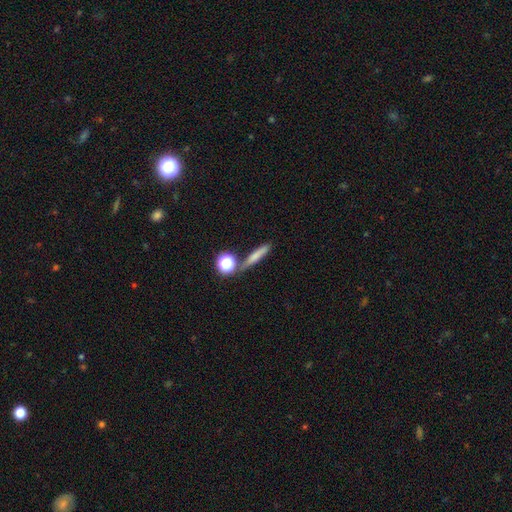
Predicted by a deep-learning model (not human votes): Q: Smooth or featured?
A: smooth (67%); runner-up: featured or disk (20%)
Q: How rounded?
A: cigar-shaped (72%); runner-up: round (14%)
Q: Merging?
A: none (73%); runner-up: merger (11%)